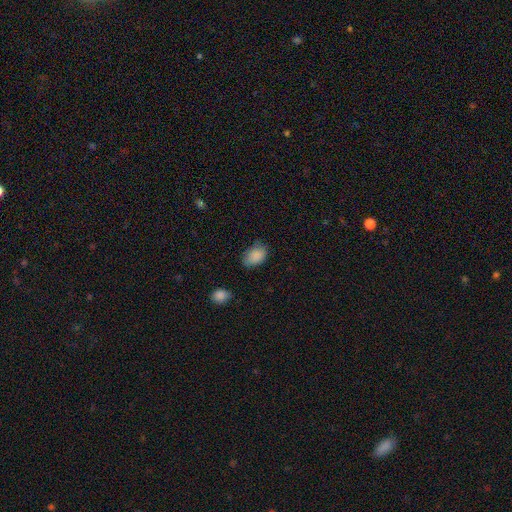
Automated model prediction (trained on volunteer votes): smooth_or_featured: smooth (p=0.87) [alt: star or artifact p=0.08]
how_rounded: in between (p=0.83) [alt: round p=0.16]
merging: none (p=0.66) [alt: minor disturbance p=0.27]